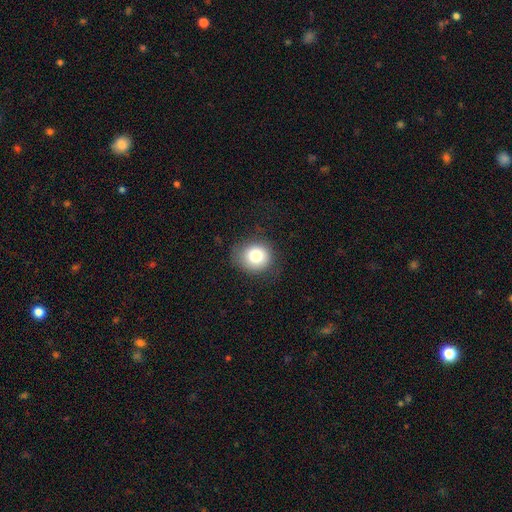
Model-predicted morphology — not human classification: smooth_or_featured: smooth (p=0.79) [alt: star or artifact p=0.11]
how_rounded: round (p=0.80) [alt: in between p=0.19]
merging: none (p=0.80) [alt: minor disturbance p=0.15]